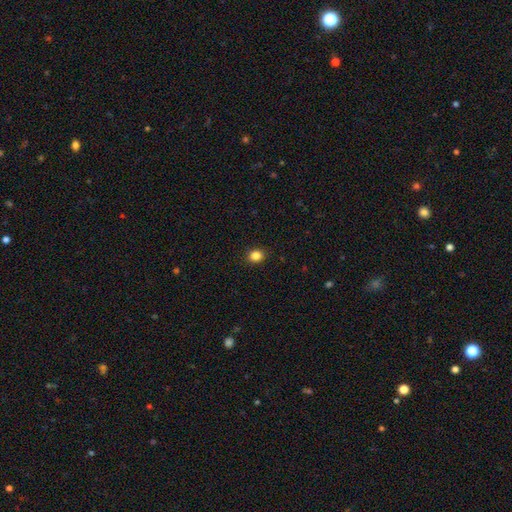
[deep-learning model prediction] A smooth galaxy with no disk features (85%) that is round (63%).

Vote fractions:
- Smooth or featured? smooth: 85% / star or artifact: 11% / featured or disk: 4%
- How rounded? round: 63% / in between: 36% / cigar-shaped: 1%
- Merging? none: 91% / minor disturbance: 6% / major disturbance: 2% / merger: 1%